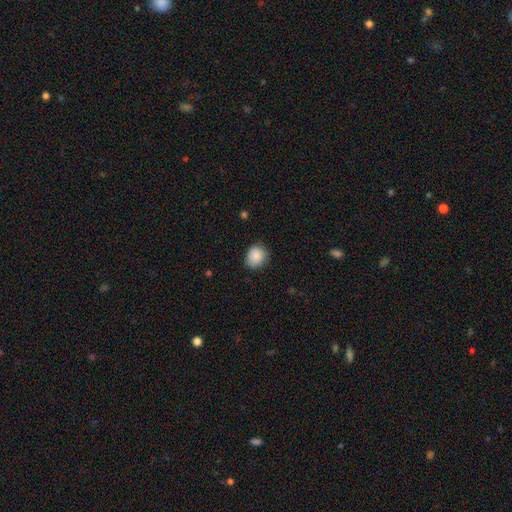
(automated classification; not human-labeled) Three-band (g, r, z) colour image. It shows a smooth galaxy with no disk features (87%) that is round (69%). Merging: none (76%).